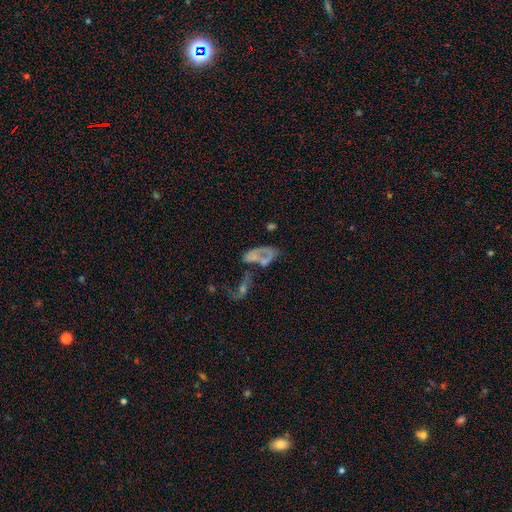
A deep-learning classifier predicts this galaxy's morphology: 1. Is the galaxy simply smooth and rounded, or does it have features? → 53% featured or disk, 31% smooth, 16% star or artifact.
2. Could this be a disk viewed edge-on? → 95% no, 5% yes.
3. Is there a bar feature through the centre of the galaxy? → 86% no, 10% weak, 4% strong.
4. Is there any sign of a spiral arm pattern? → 74% no, 26% yes.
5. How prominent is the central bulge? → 58% none, 21% small, 16% moderate, 3% large, 2% dominant.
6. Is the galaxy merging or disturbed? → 48% merger, 26% major disturbance, 16% none, 9% minor disturbance.